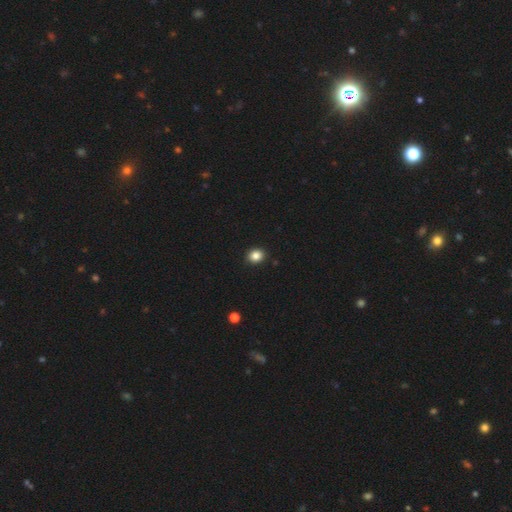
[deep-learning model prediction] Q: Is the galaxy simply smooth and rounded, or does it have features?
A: smooth — 86%.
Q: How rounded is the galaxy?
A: round — 64%.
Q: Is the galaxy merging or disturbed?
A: none — 91%.